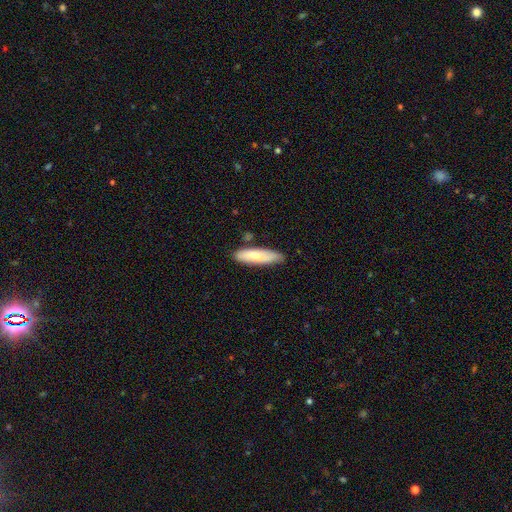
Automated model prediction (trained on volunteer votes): smooth_or_featured: smooth (p=0.78) [alt: featured or disk p=0.17]
how_rounded: cigar-shaped (p=0.64) [alt: in between p=0.34]
merging: none (p=0.77) [alt: minor disturbance p=0.17]